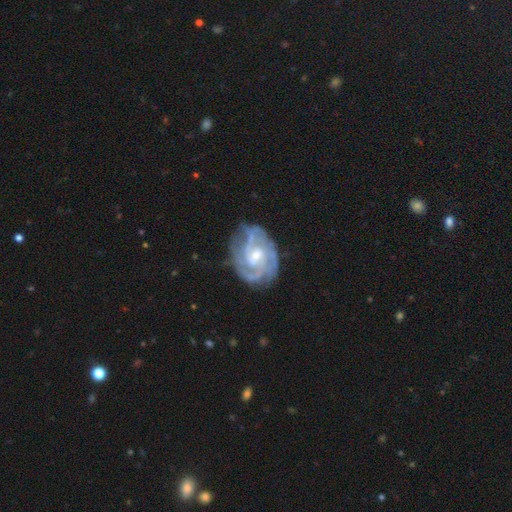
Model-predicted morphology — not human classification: Smooth or featured? Predicted: featured or disk (p=0.87). Edge-on disk? Predicted: no (p=0.97). Bar? Predicted: no (p=0.49). Spiral arms? Predicted: yes (p=0.95). Spiral winding? Predicted: tight (p=0.60). Spiral arm count? Predicted: can't tell (p=0.28). Bulge size? Predicted: small (p=0.47, tied with moderate). Merging? Predicted: none (p=0.69).